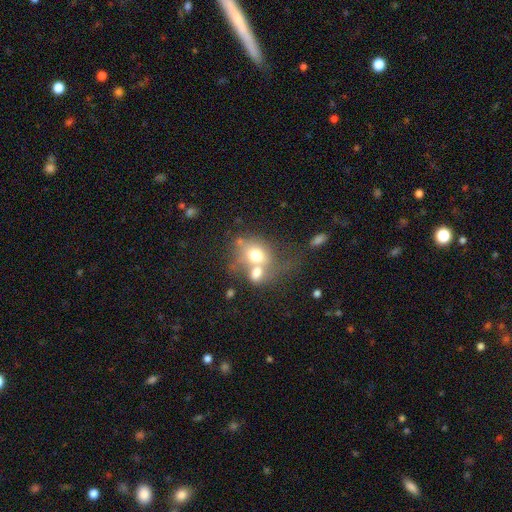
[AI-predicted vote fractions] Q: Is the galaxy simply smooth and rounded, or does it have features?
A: smooth — 65%.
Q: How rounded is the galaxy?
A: round — 50%.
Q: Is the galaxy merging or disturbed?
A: merger — 58%.